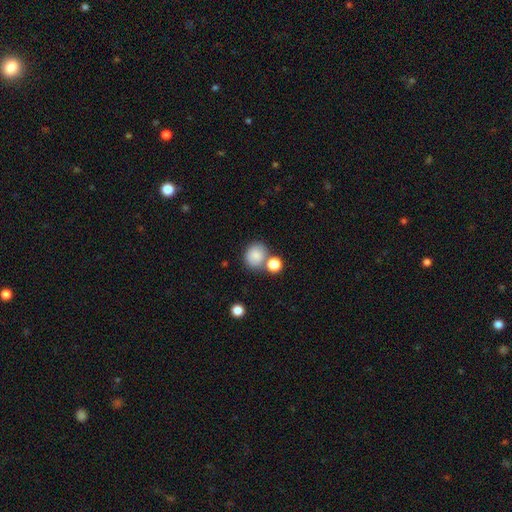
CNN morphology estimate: The model was most divided on "merging": none: 58%, merger: 25%, minor disturbance: 12%, major disturbance: 4%. More confident: smooth or featured — smooth (84%); how rounded — round (72%).